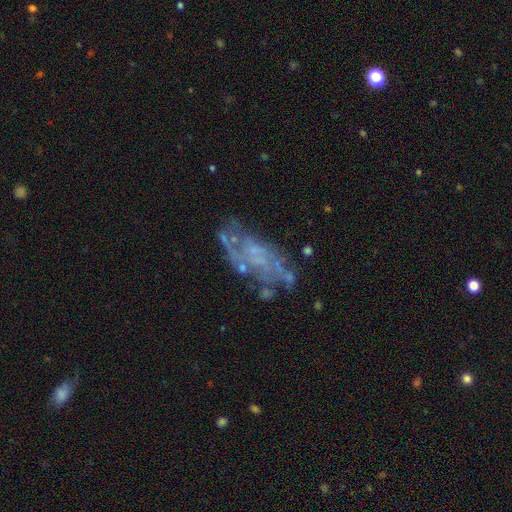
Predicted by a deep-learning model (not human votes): smooth_or_featured: featured or disk (p=0.74) [alt: smooth p=0.15]
disk_edge_on: no (p=0.94) [alt: yes p=0.06]
bar: no (p=0.79) [alt: weak p=0.16]
has_spiral_arms: yes (p=0.50) [tied with: no p=0.50]
bulge_size: none (p=0.65) [alt: small p=0.24]
merging: none (p=0.55) [alt: minor disturbance p=0.20]